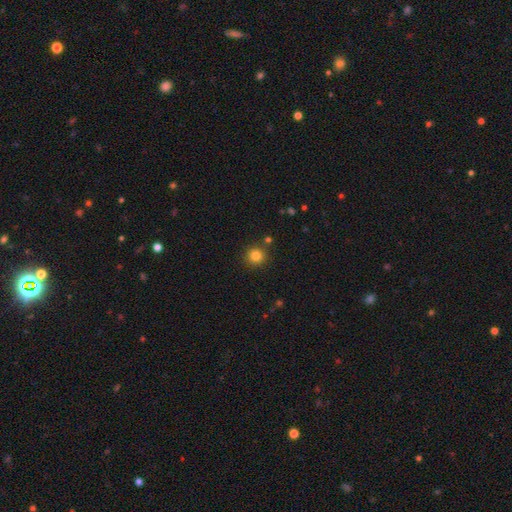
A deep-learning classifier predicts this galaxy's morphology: This appears to be a smooth galaxy with no disk features (82%) that is round (94%). Merging: none (86%).